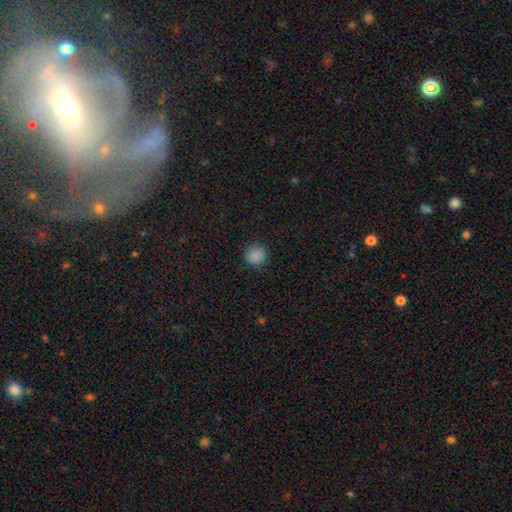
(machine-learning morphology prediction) Smooth or featured: smooth — 86% (star or artifact — 11%)
How rounded: round — 91% (in between — 8%)
Merging: none — 89% (minor disturbance — 7%)